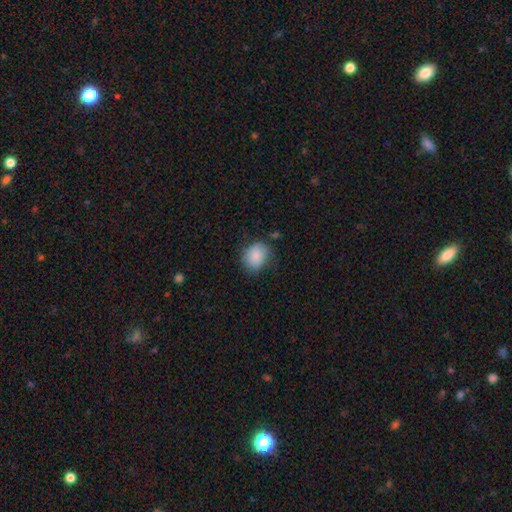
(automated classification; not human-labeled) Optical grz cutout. It shows a smooth galaxy with no disk features (85%) that is round (55%). Merging: none (67%).